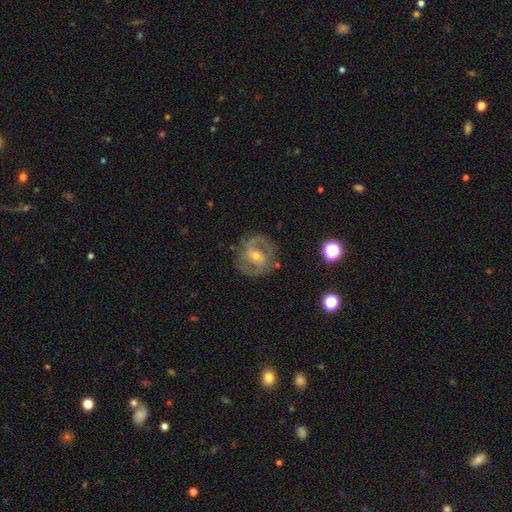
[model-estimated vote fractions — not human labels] Q: Smooth or featured?
A: featured or disk (79%); runner-up: smooth (14%)
Q: Edge-on disk?
A: no (97%); runner-up: yes (3%)
Q: Bar?
A: weak (43%); runner-up: no (34%)
Q: Spiral arms?
A: yes (86%); runner-up: no (14%)
Q: Spiral winding?
A: medium (49%); runner-up: tight (36%)
Q: Spiral arm count?
A: 2 (78%); runner-up: can't tell (11%)
Q: Bulge size?
A: small (50%); runner-up: moderate (46%)
Q: Merging?
A: none (77%); runner-up: minor disturbance (14%)